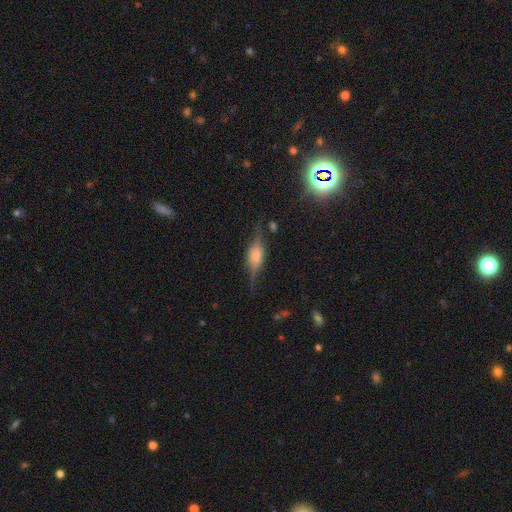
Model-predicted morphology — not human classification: Smooth or featured: featured or disk — 73% (smooth — 19%)
Edge-on disk: yes — 96% (no — 4%)
Edge-on bulge: rounded — 77% (boxy — 21%)
Merging: none — 76% (minor disturbance — 16%)